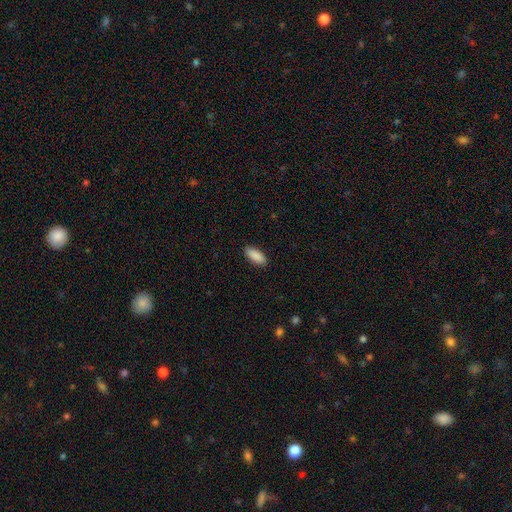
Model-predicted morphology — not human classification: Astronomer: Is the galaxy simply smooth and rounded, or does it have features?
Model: smooth — 90%.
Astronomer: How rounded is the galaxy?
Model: in between — 80%.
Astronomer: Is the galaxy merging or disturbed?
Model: none — 90%.